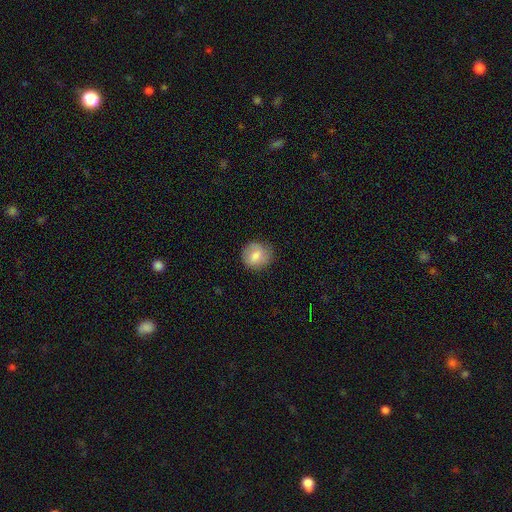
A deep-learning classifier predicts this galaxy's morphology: smooth_or_featured: smooth (p=0.77) [alt: featured or disk p=0.15]
how_rounded: round (p=0.84) [alt: in between p=0.15]
merging: none (p=0.78) [alt: minor disturbance p=0.17]